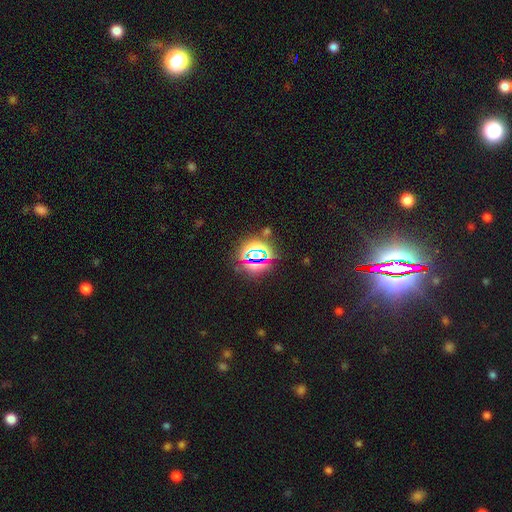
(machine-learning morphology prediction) Smooth or featured: star or artifact — 75% (smooth — 16%)